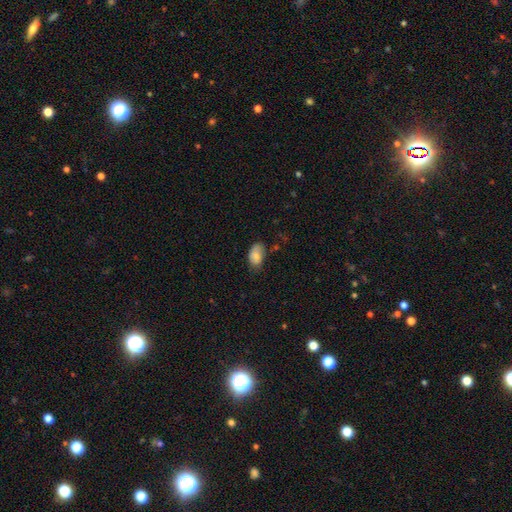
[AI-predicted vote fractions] A smooth galaxy with no disk features (82%) that is in between round and cigar-shaped (92%). Merging: none (62%).